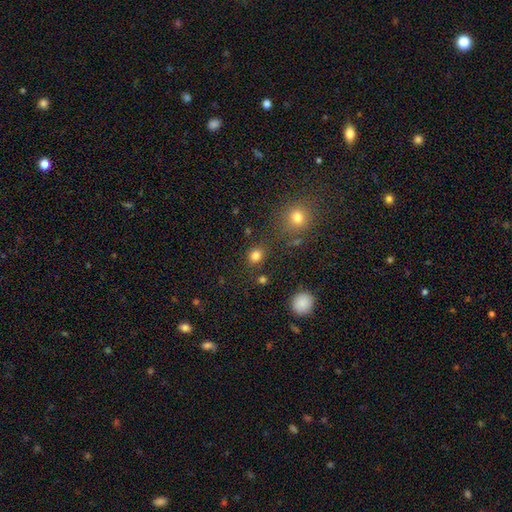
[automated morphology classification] This is clearly a smooth galaxy (81%). How rounded: likely round (71%). Merging: clearly none (81%).